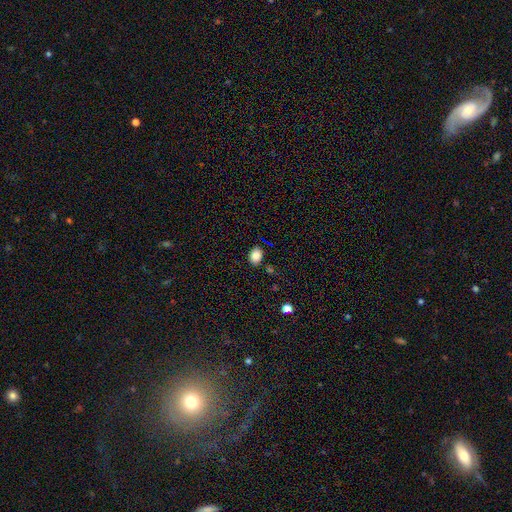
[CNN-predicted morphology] smooth-or-featured: smooth: 85% | star or artifact: 10% | featured or disk: 5%
  how-rounded: in between: 69% | round: 30% | cigar-shaped: 1%
  merging: none: 82% | minor disturbance: 12% | merger: 3% | major disturbance: 3%